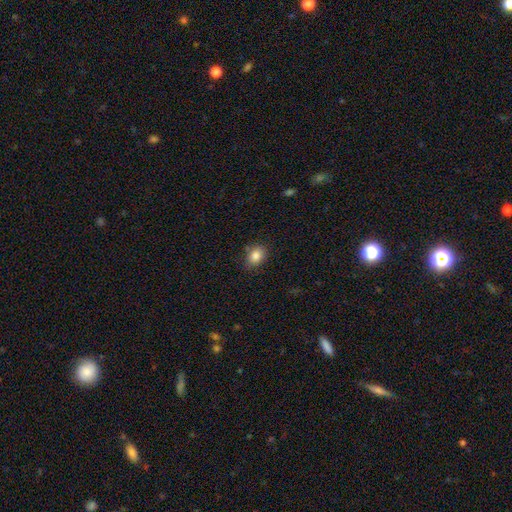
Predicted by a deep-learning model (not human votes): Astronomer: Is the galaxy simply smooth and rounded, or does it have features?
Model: smooth — 84%.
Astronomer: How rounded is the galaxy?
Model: in between — 57% (runner-up: round, 42%).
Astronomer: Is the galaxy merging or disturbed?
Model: none — 79%.